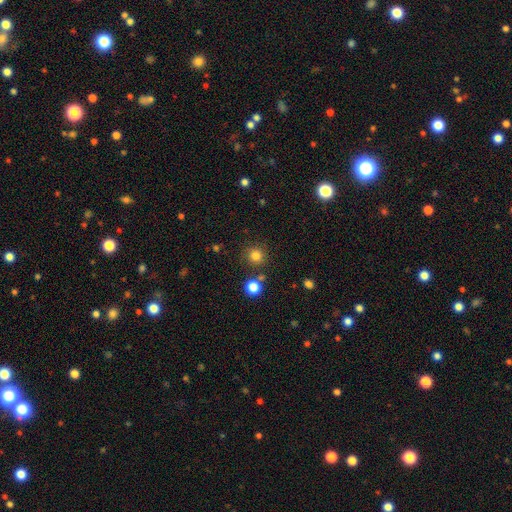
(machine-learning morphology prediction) The model was most divided on "smooth or featured": smooth: 81%, star or artifact: 14%, featured or disk: 5%. More confident: how rounded — round (92%); merging — none (82%).